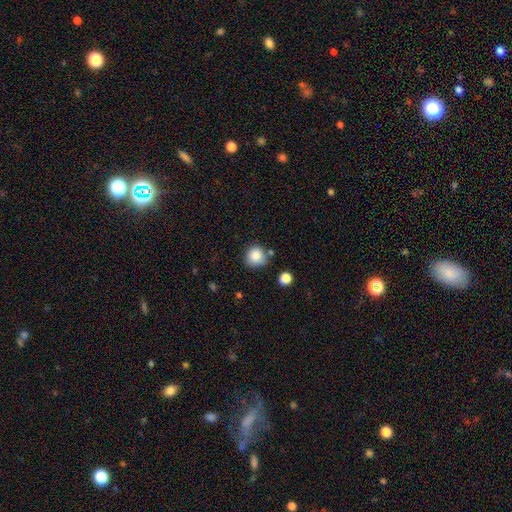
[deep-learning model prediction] This appears to be a smooth galaxy with no disk features (84%) that is round (90%). Merging: none (73%).